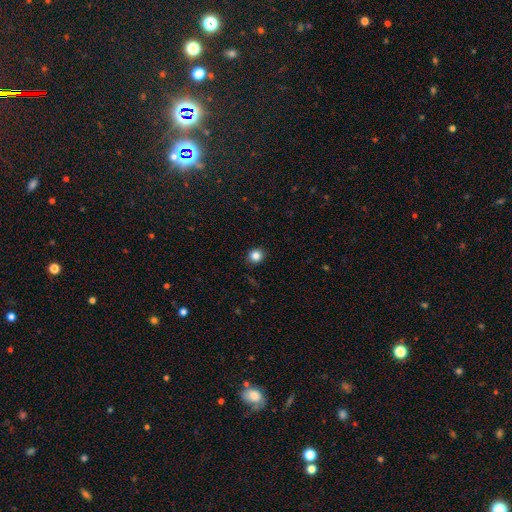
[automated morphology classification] This appears to be a smooth galaxy with no disk features (84%) that is round (89%). Merging: none (91%).